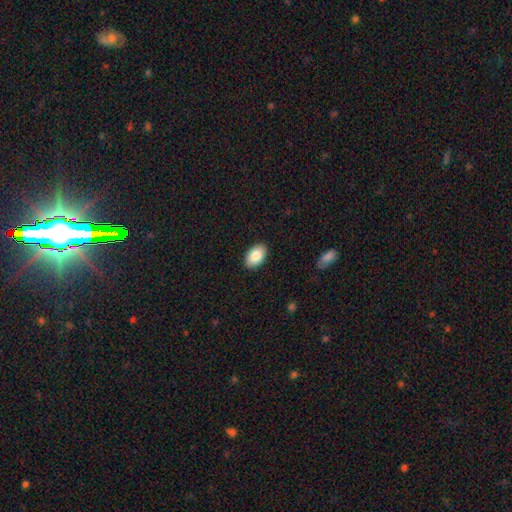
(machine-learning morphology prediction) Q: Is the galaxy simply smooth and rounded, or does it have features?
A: smooth — 86%.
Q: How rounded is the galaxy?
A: in between — 93%.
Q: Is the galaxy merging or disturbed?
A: none — 90%.